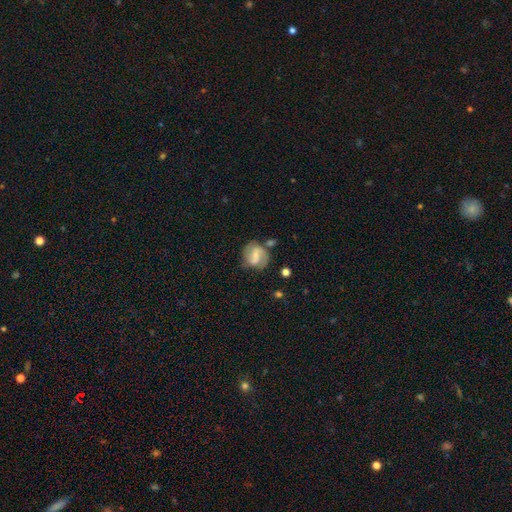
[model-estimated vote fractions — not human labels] smooth-or-featured: featured or disk: 58% | smooth: 35% | star or artifact: 8%
  disk-edge-on: no: 97% | yes: 3%
    bar: weak: 47% | strong: 31% | no: 22%
    has-spiral-arms: yes: 80% | no: 20%
    bulge-size: small: 53% | moderate: 35% | none: 9% | large: 3% | dominant: 1%
  merging: none: 58% | minor disturbance: 22% | merger: 12% | major disturbance: 9%